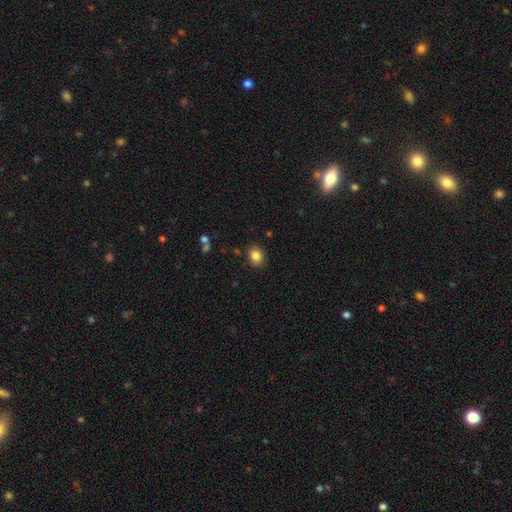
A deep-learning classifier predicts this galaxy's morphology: A smooth galaxy with no disk features (84%) that is round (52%). Merging: none (86%).